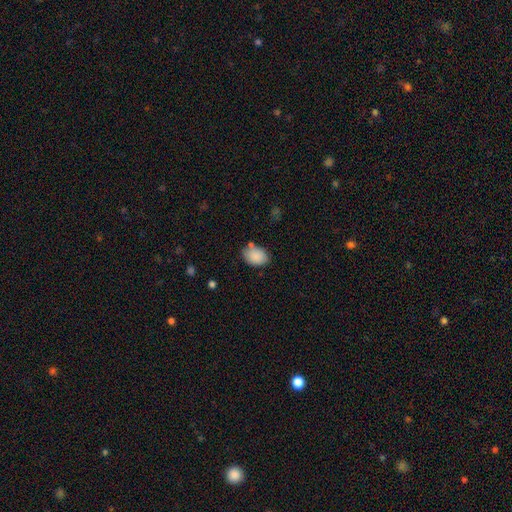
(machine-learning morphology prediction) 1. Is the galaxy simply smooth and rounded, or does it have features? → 88% smooth, 7% star or artifact, 5% featured or disk.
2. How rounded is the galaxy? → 78% in between, 21% round, 1% cigar-shaped.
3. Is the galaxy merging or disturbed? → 71% none, 19% minor disturbance, 6% merger, 4% major disturbance.